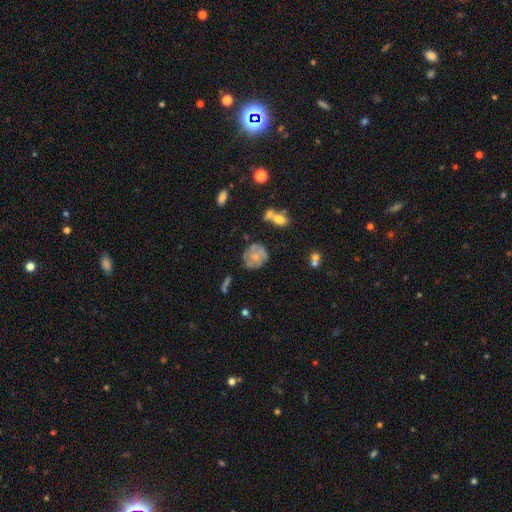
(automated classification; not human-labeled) smooth-or-featured: featured or disk: 54% | smooth: 38% | star or artifact: 9%
  disk-edge-on: no: 97% | yes: 3%
    bar: no: 80% | weak: 17% | strong: 3%
    has-spiral-arms: yes: 63% | no: 37%
    bulge-size: small: 38% | moderate: 30% | none: 27% | large: 4% | dominant: 1%
  merging: none: 60% | minor disturbance: 23% | major disturbance: 11% | merger: 5%